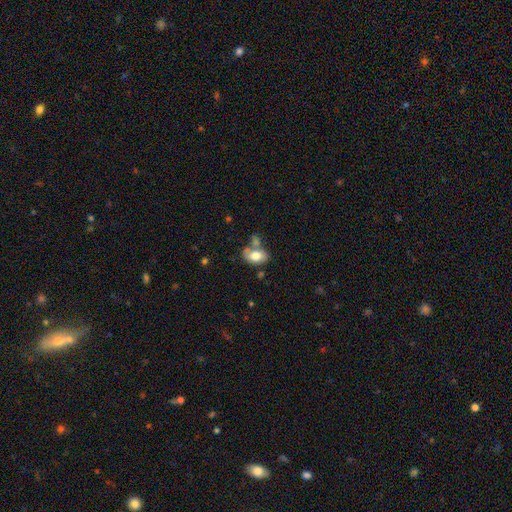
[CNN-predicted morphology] This is likely a smooth galaxy (74%). How rounded: clearly in between (88%). Merging: possibly none (47%).